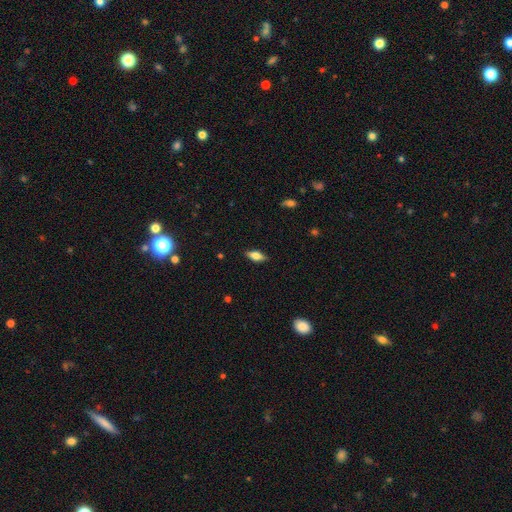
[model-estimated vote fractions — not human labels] A smooth galaxy with no disk features (60%) that is in between round and cigar-shaped (77%).

Vote fractions:
- Smooth or featured? smooth: 60% / featured or disk: 33% / star or artifact: 8%
- How rounded? in between: 77% / cigar-shaped: 20% / round: 4%
- Merging? none: 87% / minor disturbance: 10% / major disturbance: 2% / merger: 1%